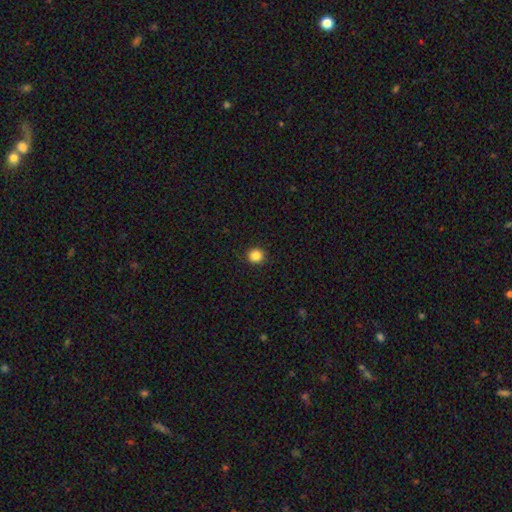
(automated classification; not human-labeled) smooth_or_featured: smooth (p=0.85) [alt: star or artifact p=0.11]
how_rounded: round (p=0.90) [alt: in between p=0.09]
merging: none (p=0.92) [alt: minor disturbance p=0.05]